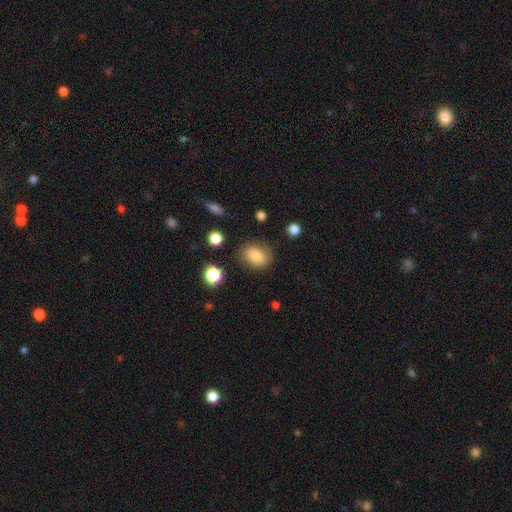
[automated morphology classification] type=smooth (80%); roundness=in between (59%); merging=none (77%).